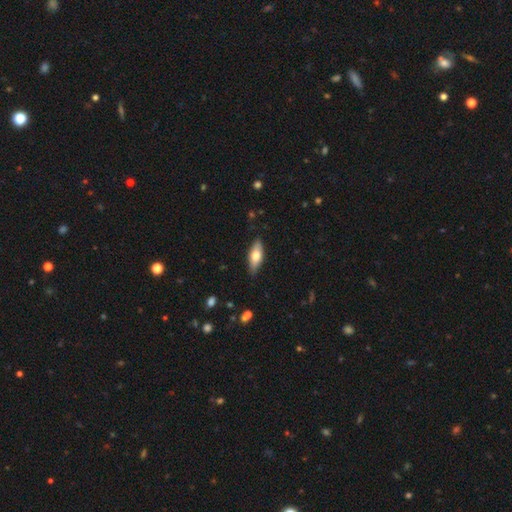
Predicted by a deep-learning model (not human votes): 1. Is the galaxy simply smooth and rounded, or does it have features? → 66% smooth, 28% featured or disk, 6% star or artifact.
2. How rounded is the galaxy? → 69% in between, 29% cigar-shaped, 2% round.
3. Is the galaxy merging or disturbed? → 85% none, 12% minor disturbance, 2% major disturbance, 1% merger.